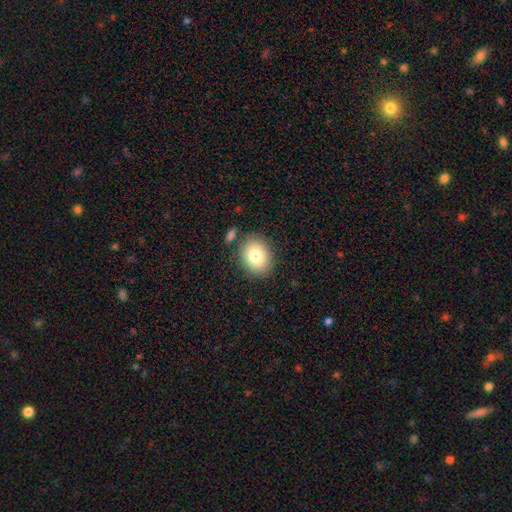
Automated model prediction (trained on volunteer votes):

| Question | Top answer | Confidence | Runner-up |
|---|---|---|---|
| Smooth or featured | smooth | 79% | featured or disk (11%) |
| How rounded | round | 59% | in between (40%) |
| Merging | none | 80% | minor disturbance (11%) |